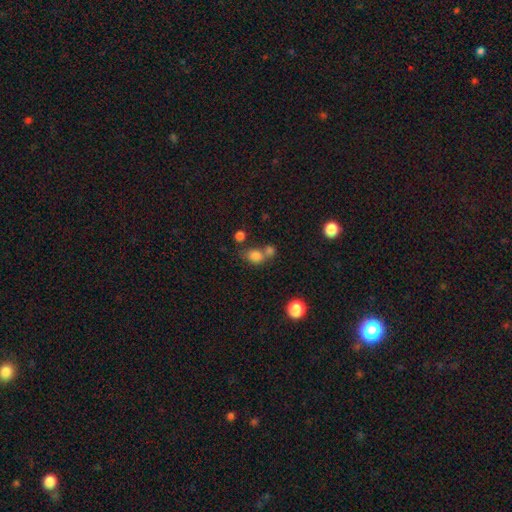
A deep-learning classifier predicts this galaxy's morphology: Smooth or featured? smooth (79%)
How rounded? in between (53%)
Merging? merger (44%)